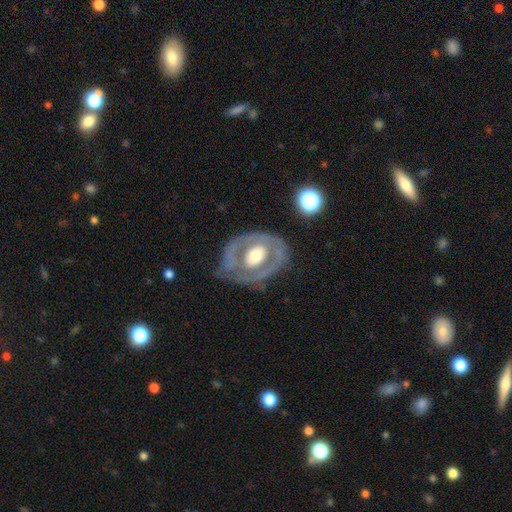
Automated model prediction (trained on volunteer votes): This appears to be a featured or disk galaxy (69%) with no bar (73%), no spiral arms (68%) and a moderate central bulge (56%). Merging: none (60%).